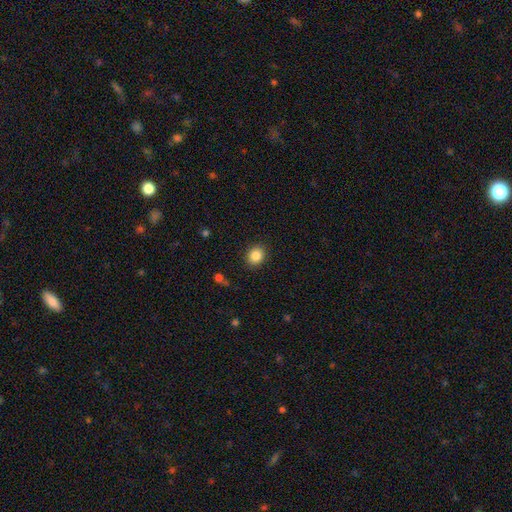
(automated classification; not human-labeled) Smooth or featured? Predicted: smooth (p=0.86). How rounded? Predicted: round (p=0.73). Merging? Predicted: none (p=0.89).